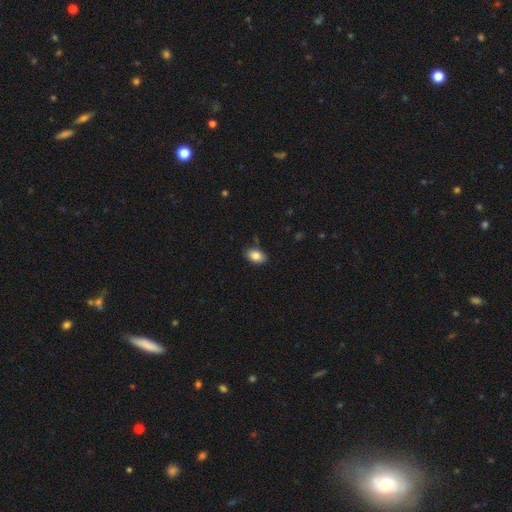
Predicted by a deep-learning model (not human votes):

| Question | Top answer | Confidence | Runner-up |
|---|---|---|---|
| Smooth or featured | smooth | 85% | star or artifact (8%) |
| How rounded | in between | 89% | round (10%) |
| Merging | none | 83% | minor disturbance (13%) |